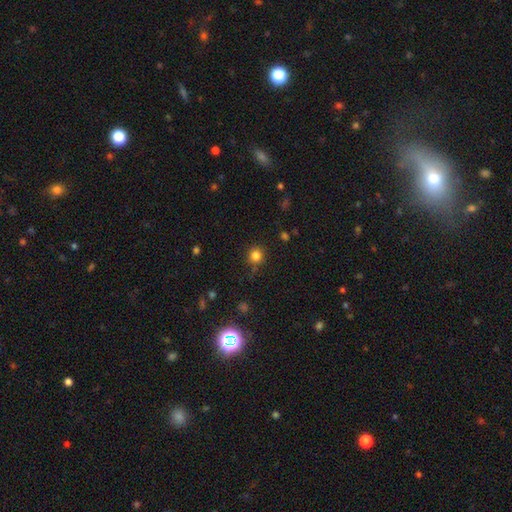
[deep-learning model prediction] A smooth galaxy with no disk features (81%) that is round (93%).

Vote fractions:
- Smooth or featured? smooth: 81% / star or artifact: 14% / featured or disk: 5%
- How rounded? round: 93% / in between: 6% / cigar-shaped: 1%
- Merging? none: 83% / minor disturbance: 11% / major disturbance: 3% / merger: 3%